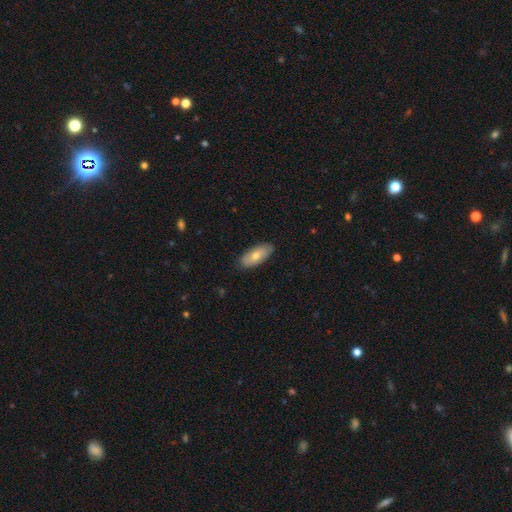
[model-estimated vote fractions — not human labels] Morphology: type=smooth (64%); roundness=in between (84%); merging=none (87%).